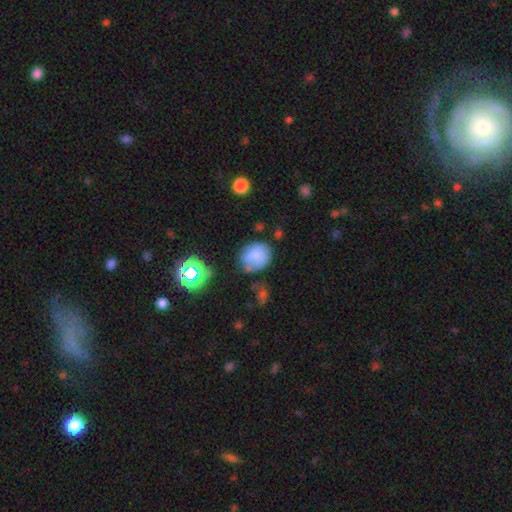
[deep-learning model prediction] This appears to be a smooth galaxy with no disk features (74%) that is round (65%). Merging: none (54%).